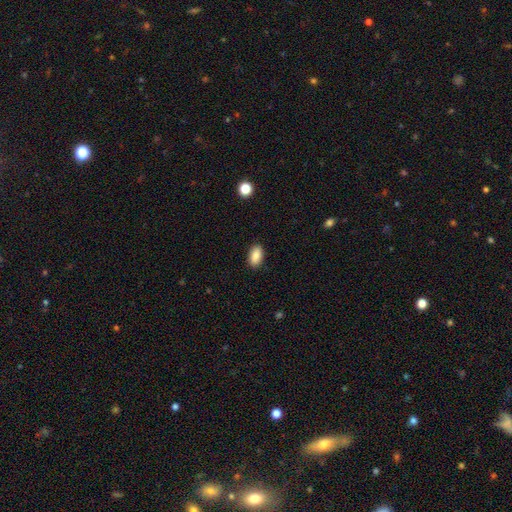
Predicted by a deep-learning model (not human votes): A smooth galaxy with no disk features (87%) that is in between round and cigar-shaped (92%). Merging: none (89%).